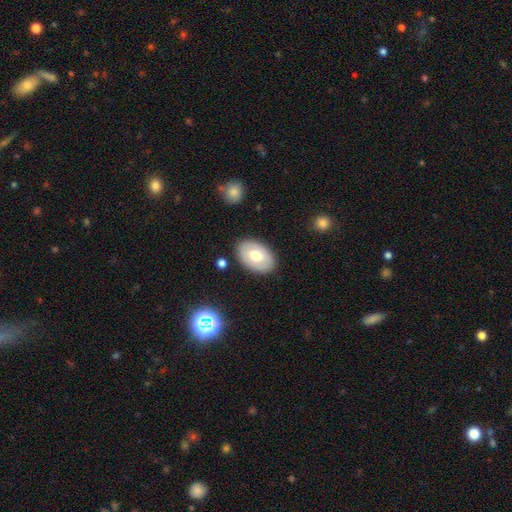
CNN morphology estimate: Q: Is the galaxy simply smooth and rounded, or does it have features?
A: smooth — 64%.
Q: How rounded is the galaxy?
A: in between — 89%.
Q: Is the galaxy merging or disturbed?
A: none — 86%.